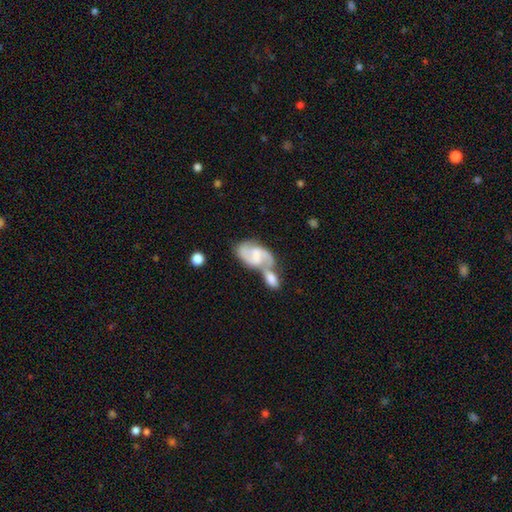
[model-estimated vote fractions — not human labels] featured or disk 71%, smooth 23%, star or artifact 6%. Down the decision tree: edge-on disk — no (97%); bar — weak (48%); spiral arms — yes (89%); spiral arm count — 2 (87%); spiral winding — medium (43%); bulge size — none (39%); merging — merger (62%).